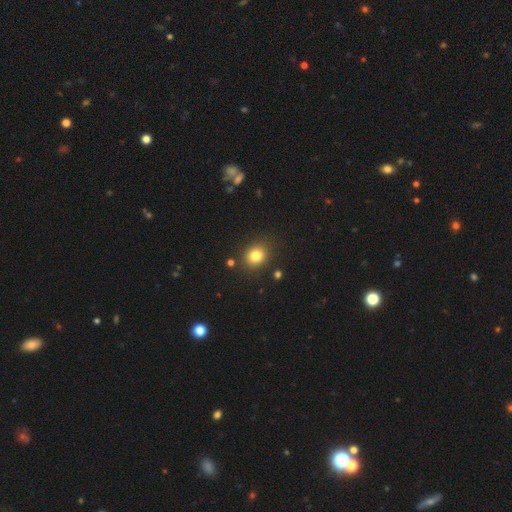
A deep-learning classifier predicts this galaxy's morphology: Smooth or featured?
  - smooth: 80% *
  - star or artifact: 12%
  - featured or disk: 7%
How rounded?
  - round: 69% *
  - in between: 30%
  - cigar-shaped: 1%
Merging?
  - none: 86% *
  - minor disturbance: 9%
  - merger: 3%
  - major disturbance: 3%